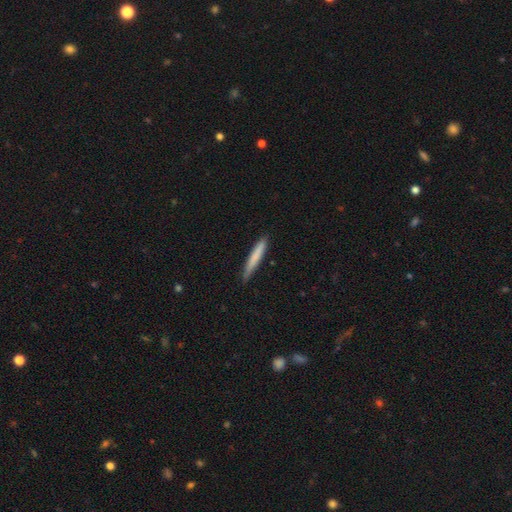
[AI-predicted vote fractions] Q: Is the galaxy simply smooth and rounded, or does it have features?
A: smooth — 75%.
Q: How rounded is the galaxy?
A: cigar-shaped — 95%.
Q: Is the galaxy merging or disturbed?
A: none — 85%.